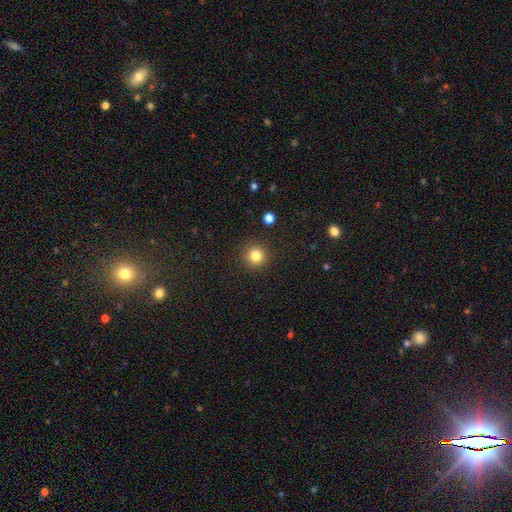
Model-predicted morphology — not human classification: Smooth or featured: smooth — 83% (star or artifact — 12%)
How rounded: round — 94% (in between — 5%)
Merging: none — 91% (minor disturbance — 6%)